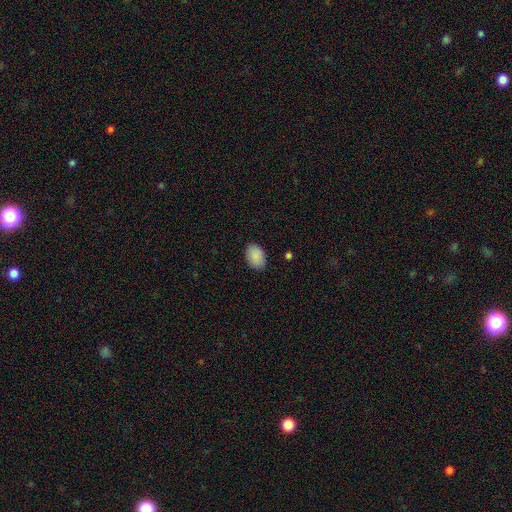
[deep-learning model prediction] Q: Smooth or featured?
A: smooth (90%); runner-up: star or artifact (7%)
Q: How rounded?
A: in between (87%); runner-up: round (12%)
Q: Merging?
A: none (87%); runner-up: minor disturbance (10%)